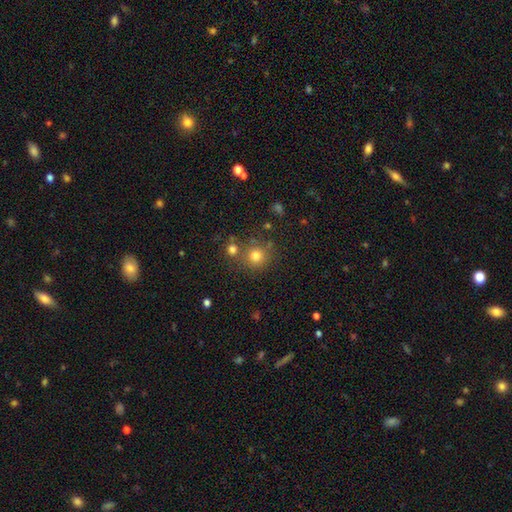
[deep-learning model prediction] Smooth or featured: smooth — 77% (star or artifact — 16%)
How rounded: round — 91% (in between — 8%)
Merging: none — 72% (merger — 15%)